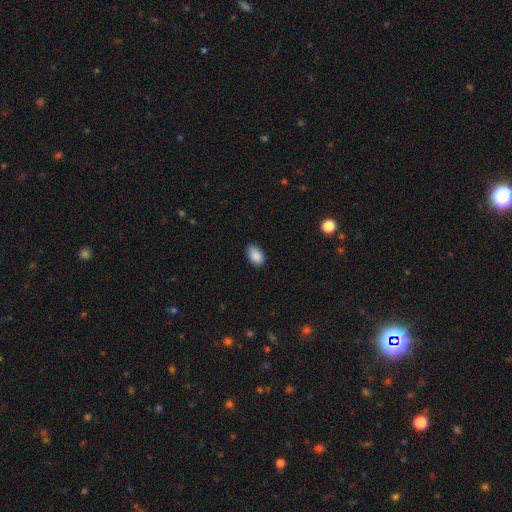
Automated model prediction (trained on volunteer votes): smooth-or-featured: smooth: 89% | star or artifact: 8% | featured or disk: 4%
  how-rounded: in between: 90% | round: 8% | cigar-shaped: 1%
  merging: none: 80% | minor disturbance: 16% | major disturbance: 3% | merger: 1%